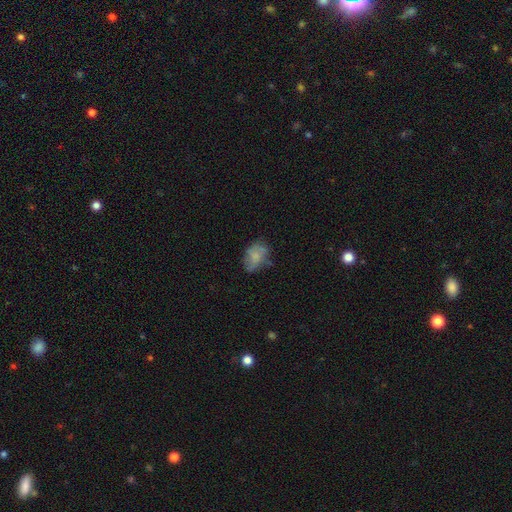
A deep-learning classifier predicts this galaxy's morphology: smooth-or-featured: smooth: 65% | featured or disk: 25% | star or artifact: 10%
  how-rounded: in between: 84% | round: 15% | cigar-shaped: 2%
  merging: none: 50% | minor disturbance: 31% | major disturbance: 15% | merger: 3%